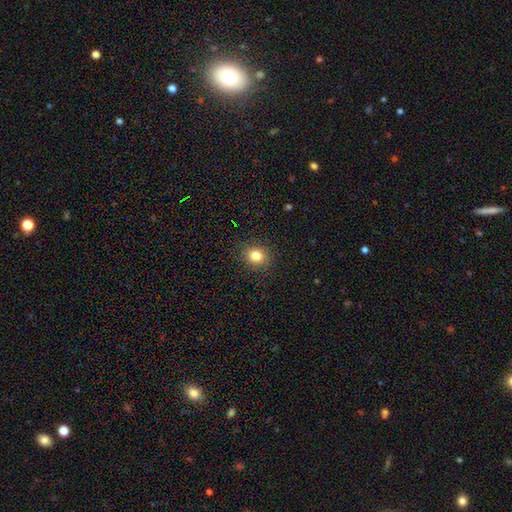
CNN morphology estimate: The model was most divided on "how rounded": round: 75%, in between: 24%, cigar-shaped: 1%. More confident: merging — none (89%); smooth or featured — smooth (81%).